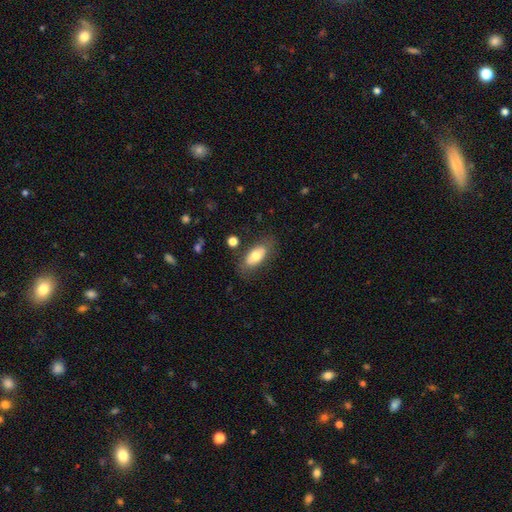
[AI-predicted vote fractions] Smooth or featured: smooth — 69% (featured or disk — 25%)
How rounded: in between — 88% (cigar-shaped — 8%)
Merging: none — 76% (minor disturbance — 16%)